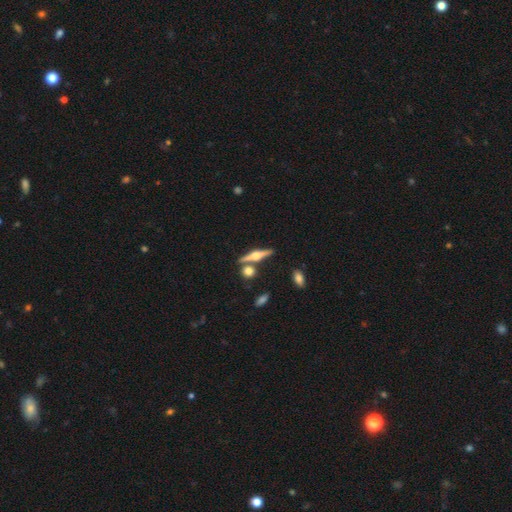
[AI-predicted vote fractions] Smooth or featured? featured or disk (75%)
Edge-on disk? yes (97%)
Edge-on bulge? rounded (94%)
Merging? none (79%)